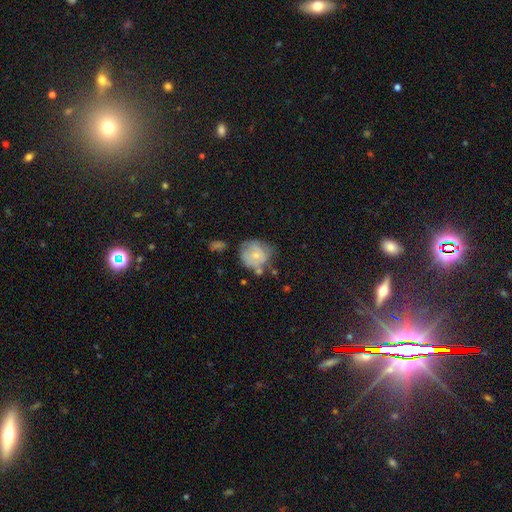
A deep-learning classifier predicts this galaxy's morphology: smooth_or_featured: smooth (p=0.59) [alt: featured or disk p=0.33]
how_rounded: round (p=0.81) [alt: in between p=0.18]
merging: none (p=0.48) [alt: minor disturbance p=0.30]